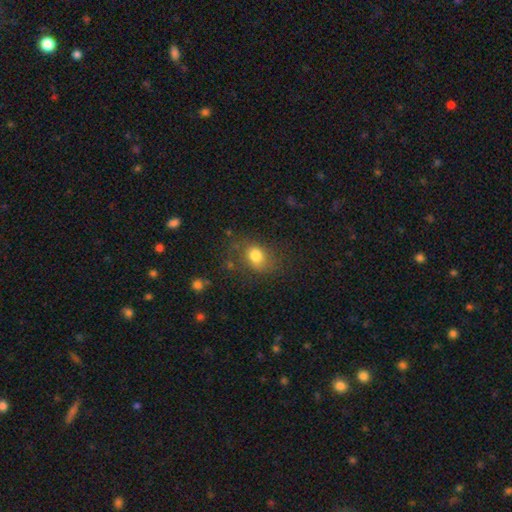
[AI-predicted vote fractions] Overall: smooth (76%). How rounded: in between (55%; round 44%). Merging: none (65%).